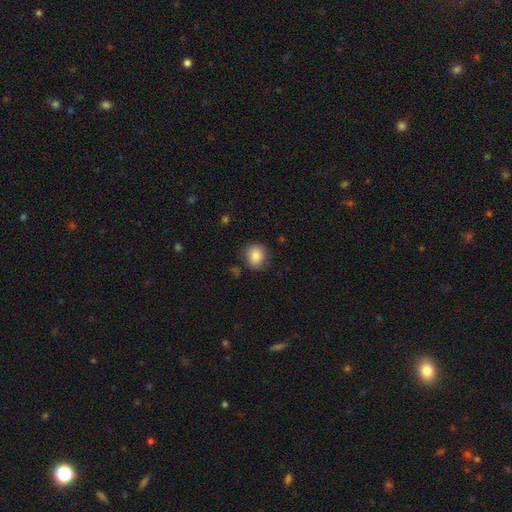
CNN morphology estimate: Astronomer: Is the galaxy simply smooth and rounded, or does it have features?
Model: smooth — 85%.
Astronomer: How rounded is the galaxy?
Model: round — 75%.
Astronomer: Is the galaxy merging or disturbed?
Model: none — 83%.